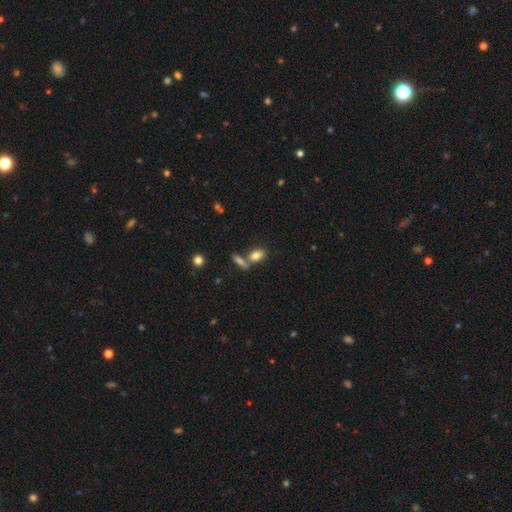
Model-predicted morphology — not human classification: This appears to be a smooth galaxy with no disk features (79%) that is in between round and cigar-shaped (82%). Merging: none (51%).